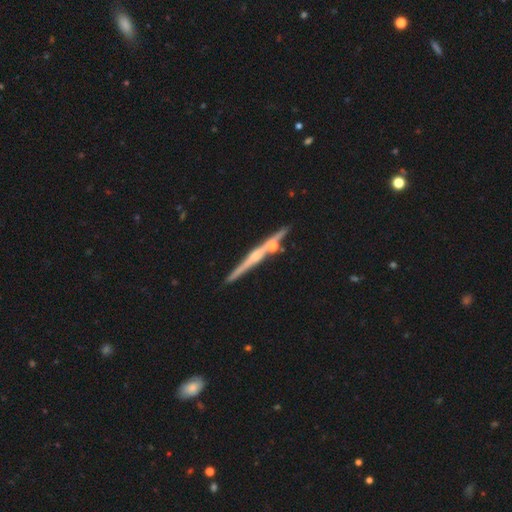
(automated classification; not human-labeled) featured or disk 74%, smooth 19%, star or artifact 7%. Down the decision tree: edge-on disk — yes (98%); edge-on bulge — rounded (64%); merging — none (79%).